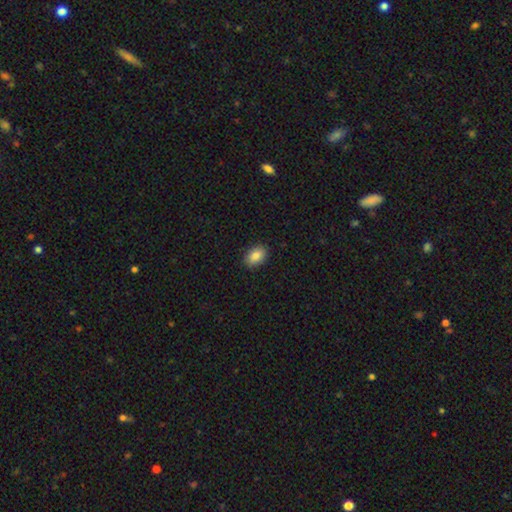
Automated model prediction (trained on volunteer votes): Q: Smooth or featured?
A: smooth (87%); runner-up: star or artifact (8%)
Q: How rounded?
A: in between (85%); runner-up: round (14%)
Q: Merging?
A: none (88%); runner-up: minor disturbance (9%)